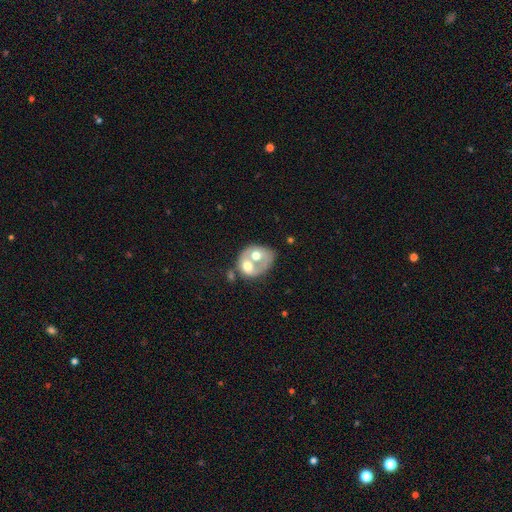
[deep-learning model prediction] Q: Smooth or featured?
A: featured or disk (49%); runner-up: smooth (44%)
Q: Merging?
A: merger (70%); runner-up: none (14%)